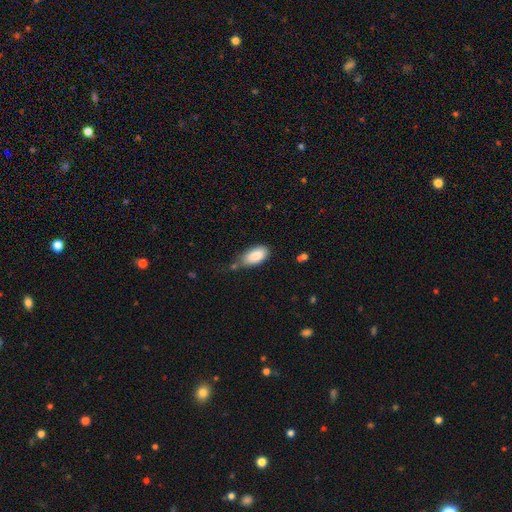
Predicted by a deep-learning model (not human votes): A smooth galaxy with no disk features (88%) that is in between round and cigar-shaped (92%).

Vote fractions:
- Smooth or featured? smooth: 88% / star or artifact: 7% / featured or disk: 6%
- How rounded? in between: 92% / cigar-shaped: 5% / round: 3%
- Merging? none: 53% / minor disturbance: 32% / major disturbance: 8% / merger: 7%